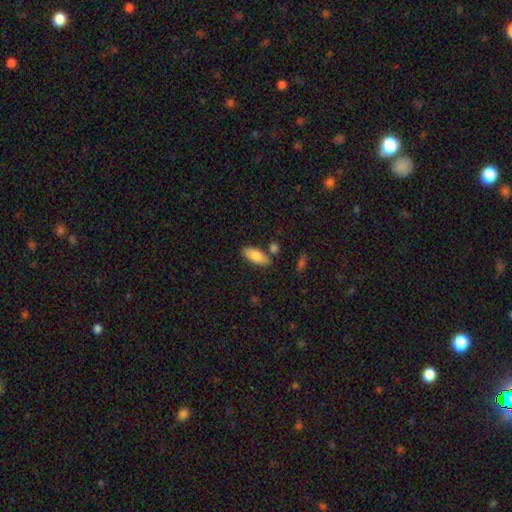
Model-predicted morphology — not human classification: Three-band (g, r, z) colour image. It shows a smooth galaxy with no disk features (84%) that is in between round and cigar-shaped (84%). Merging: none (77%).